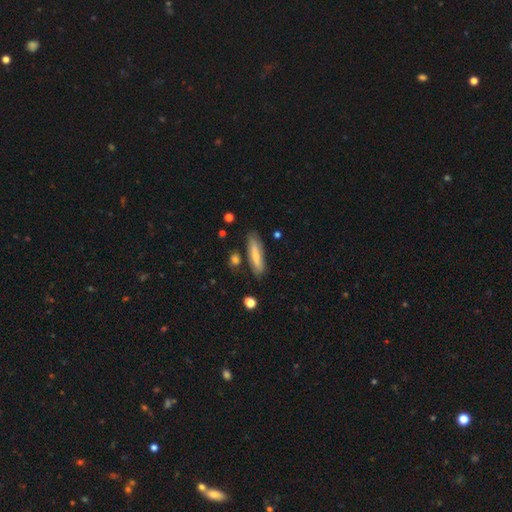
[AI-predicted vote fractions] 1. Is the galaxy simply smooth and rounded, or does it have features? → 58% smooth, 35% featured or disk, 7% star or artifact.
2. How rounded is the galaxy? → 65% cigar-shaped, 33% in between, 2% round.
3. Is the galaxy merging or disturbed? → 77% none, 15% minor disturbance, 4% merger, 4% major disturbance.